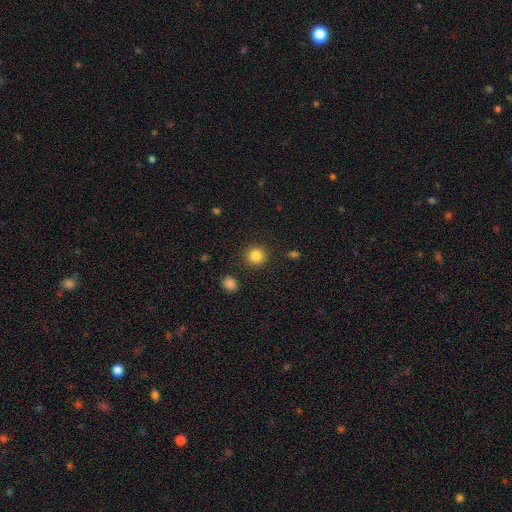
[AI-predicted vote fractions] Morphology: type=smooth (85%); roundness=round (93%); merging=none (90%).